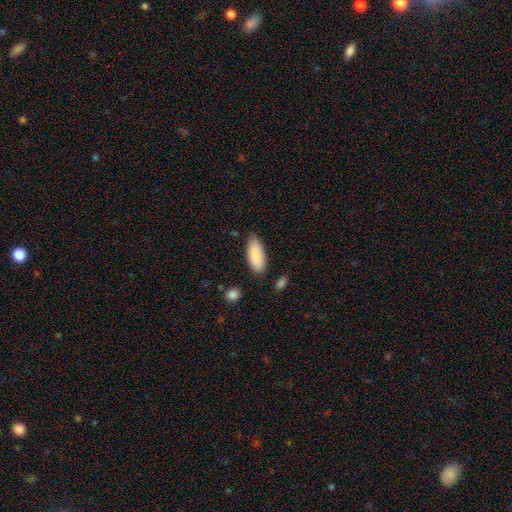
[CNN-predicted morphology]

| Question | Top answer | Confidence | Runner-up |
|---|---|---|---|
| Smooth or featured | smooth | 87% | featured or disk (7%) |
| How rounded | in between | 85% | cigar-shaped (13%) |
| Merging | none | 80% | minor disturbance (15%) |